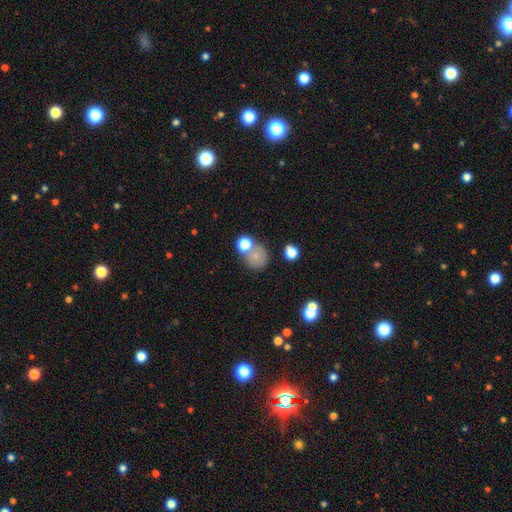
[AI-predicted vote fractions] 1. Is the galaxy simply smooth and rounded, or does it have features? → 72% smooth, 16% star or artifact, 13% featured or disk.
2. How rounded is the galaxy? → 76% round, 22% in between, 1% cigar-shaped.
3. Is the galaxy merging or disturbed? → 53% none, 26% merger, 13% minor disturbance, 7% major disturbance.